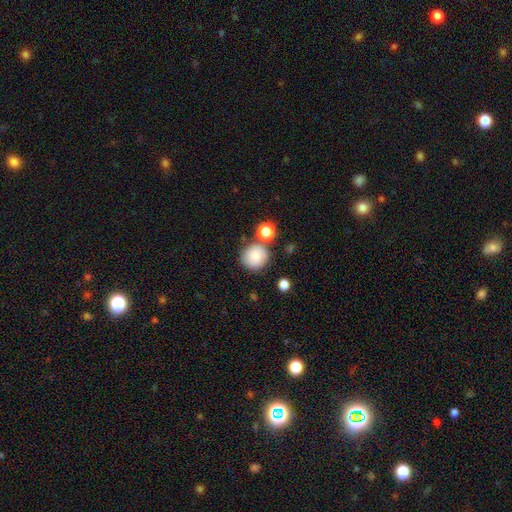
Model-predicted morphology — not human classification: This appears to be a smooth galaxy with no disk features (79%) that is round (92%). Merging: none (72%).